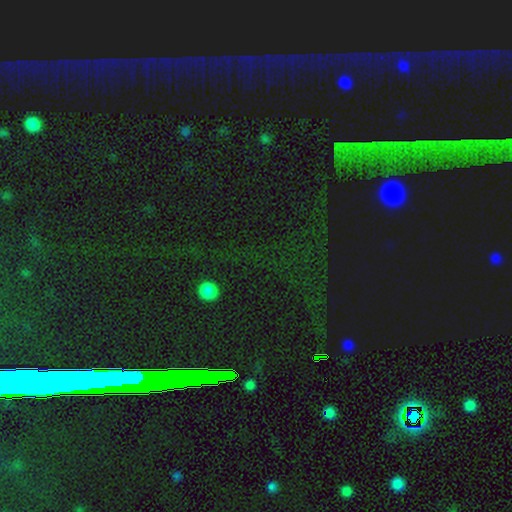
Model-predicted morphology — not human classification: Smooth or featured? star or artifact (78%)